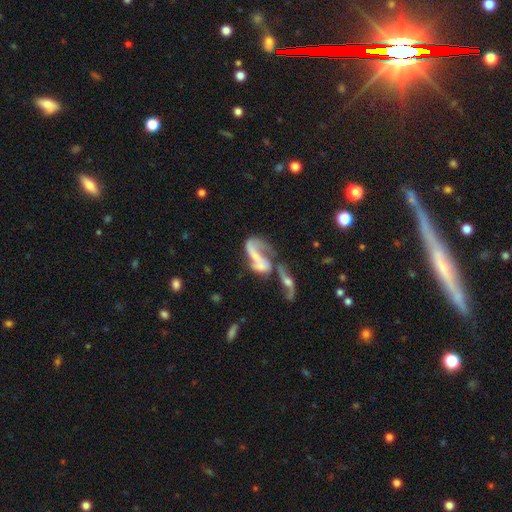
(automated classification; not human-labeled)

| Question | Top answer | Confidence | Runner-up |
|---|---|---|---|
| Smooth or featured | featured or disk | 69% | smooth (21%) |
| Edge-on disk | no | 92% | yes (8%) |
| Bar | no | 53% | weak (29%) |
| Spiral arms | yes | 70% | no (30%) |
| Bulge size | none | 39% | small (32%) |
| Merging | merger | 61% | major disturbance (18%) |